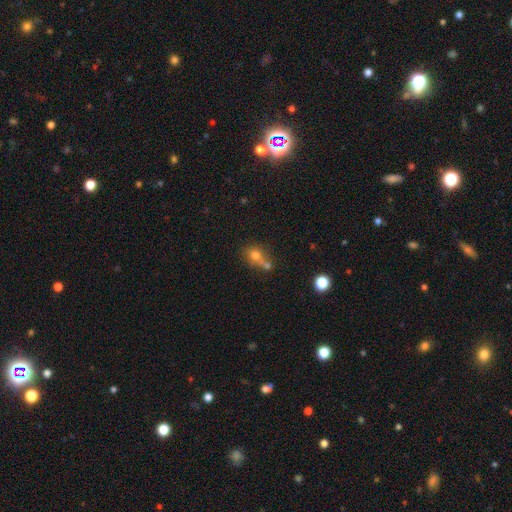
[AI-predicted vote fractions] smooth-or-featured: smooth: 68% | featured or disk: 17% | star or artifact: 15%
  how-rounded: round: 58% | in between: 38% | cigar-shaped: 4%
  merging: merger: 44% | none: 36% | minor disturbance: 12% | major disturbance: 8%